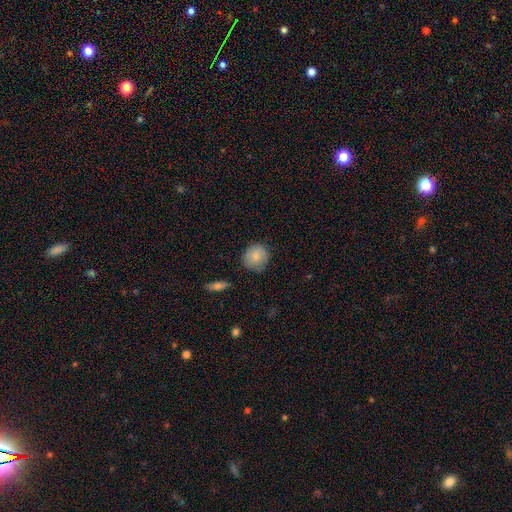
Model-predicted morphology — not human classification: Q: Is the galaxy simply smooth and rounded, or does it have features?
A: smooth — 83%.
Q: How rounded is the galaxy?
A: round — 88%.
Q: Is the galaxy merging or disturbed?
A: none — 79%.